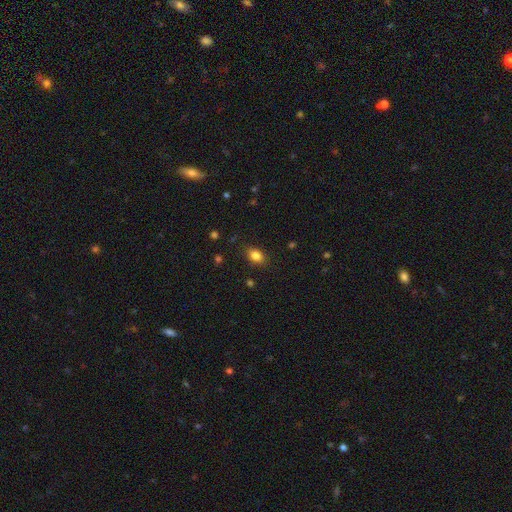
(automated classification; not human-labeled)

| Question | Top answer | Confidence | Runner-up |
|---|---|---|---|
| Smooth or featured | smooth | 84% | star or artifact (10%) |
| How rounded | in between | 79% | round (19%) |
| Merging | none | 85% | minor disturbance (11%) |